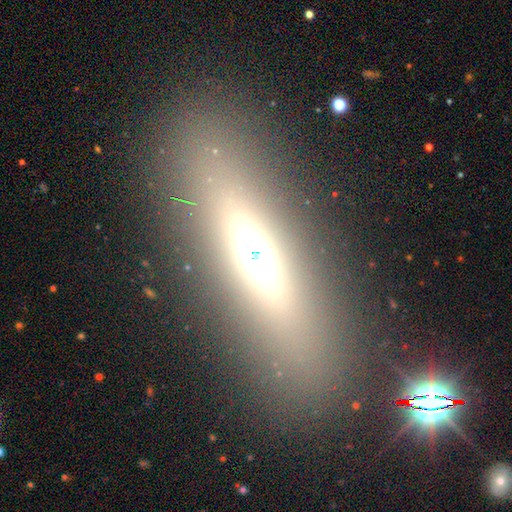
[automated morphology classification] Smooth or featured? Predicted: featured or disk (p=0.45). Merging? Predicted: none (p=0.84).